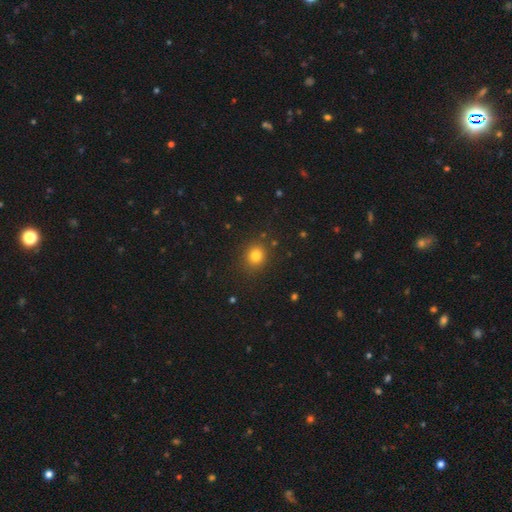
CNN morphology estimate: Smooth or featured? Predicted: smooth (p=0.79). How rounded? Predicted: round (p=0.78). Merging? Predicted: none (p=0.87).